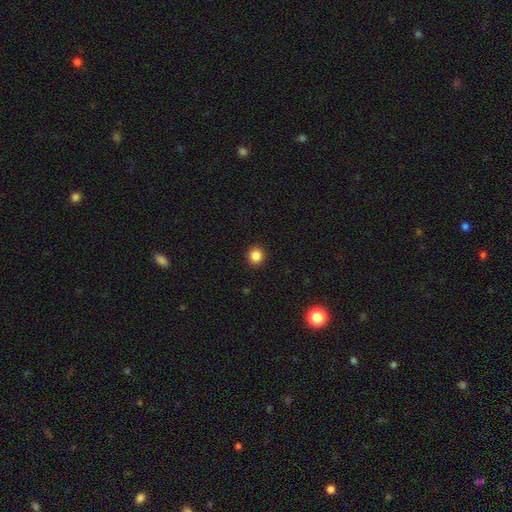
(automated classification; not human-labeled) A smooth galaxy with no disk features (86%) that is round (90%). Merging: none (93%).